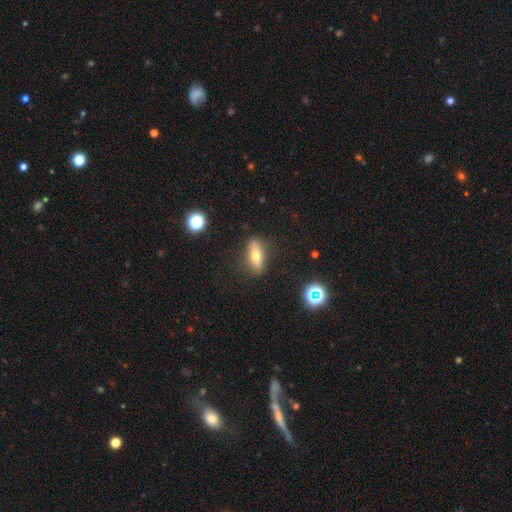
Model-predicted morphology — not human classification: smooth-or-featured: smooth: 58% | featured or disk: 32% | star or artifact: 10%
  how-rounded: in between: 54% | cigar-shaped: 41% | round: 5%
  merging: none: 84% | minor disturbance: 11% | major disturbance: 3% | merger: 2%